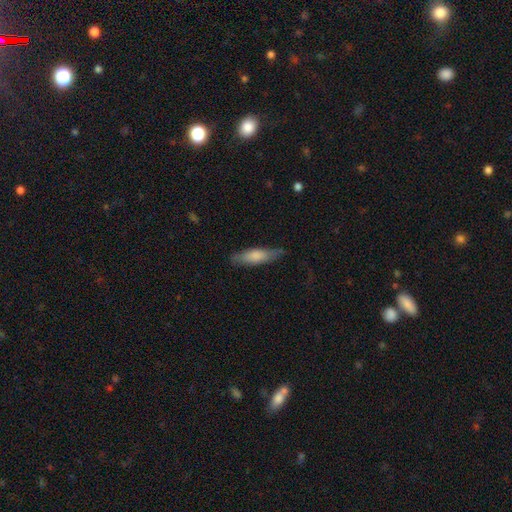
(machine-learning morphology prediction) Overall: smooth (72%). How rounded: cigar-shaped (60%; in between 39%). Merging: none (74%).